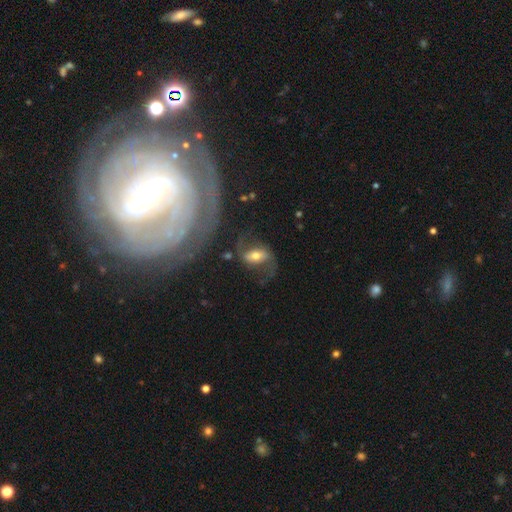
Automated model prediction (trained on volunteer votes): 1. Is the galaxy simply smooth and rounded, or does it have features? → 75% featured or disk, 18% smooth, 7% star or artifact.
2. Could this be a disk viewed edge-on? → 96% no, 4% yes.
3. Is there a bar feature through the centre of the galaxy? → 42% weak, 35% strong, 23% no.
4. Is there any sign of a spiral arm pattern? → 91% yes, 9% no.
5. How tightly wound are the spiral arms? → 60% loose, 32% medium, 8% tight.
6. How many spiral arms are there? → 91% 2, 3% can't tell, 3% 1, 1% 3, 1% 4, 1% more than 4.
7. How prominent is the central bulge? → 62% moderate, 21% small, 13% large, 2% dominant, 2% none.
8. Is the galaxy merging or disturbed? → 60% none, 17% minor disturbance, 17% major disturbance, 6% merger.